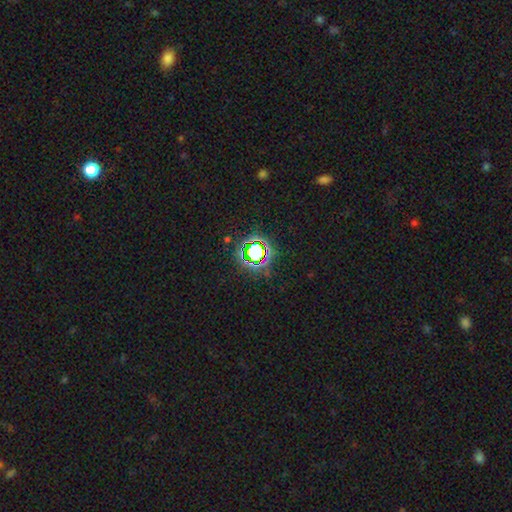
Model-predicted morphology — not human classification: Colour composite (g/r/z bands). It shows a star or artifact, not a galaxy (69%).